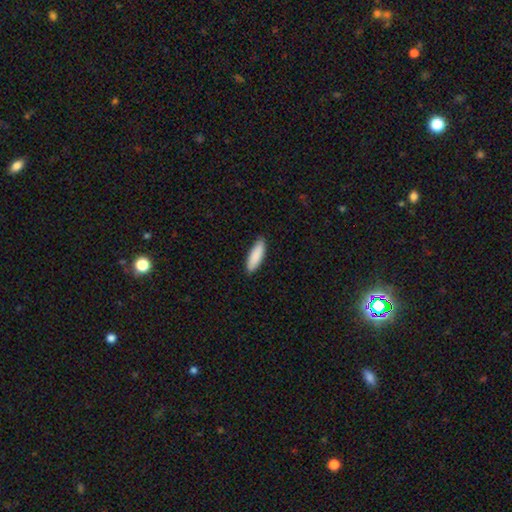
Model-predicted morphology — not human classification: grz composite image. It shows a smooth galaxy with no disk features (89%) that is cigar-shaped (50%). Merging: none (88%).